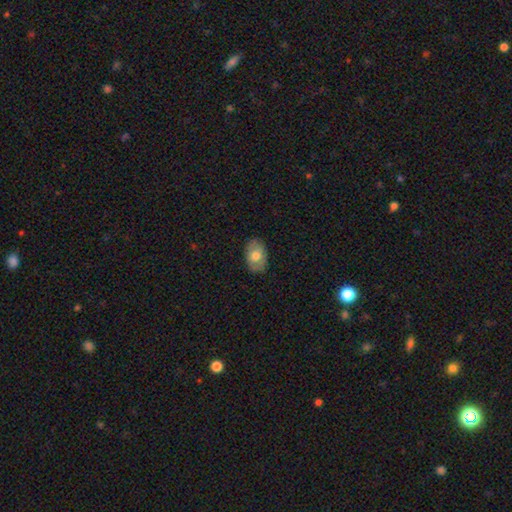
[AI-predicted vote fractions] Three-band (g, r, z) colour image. It shows a smooth galaxy with no disk features (70%) that is in between round and cigar-shaped (87%). Merging: none (85%).